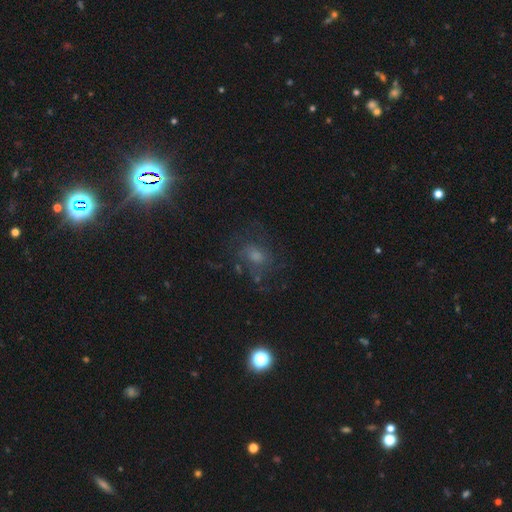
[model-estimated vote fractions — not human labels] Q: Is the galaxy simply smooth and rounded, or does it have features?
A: featured or disk — 46%.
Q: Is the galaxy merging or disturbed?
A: none — 60%.